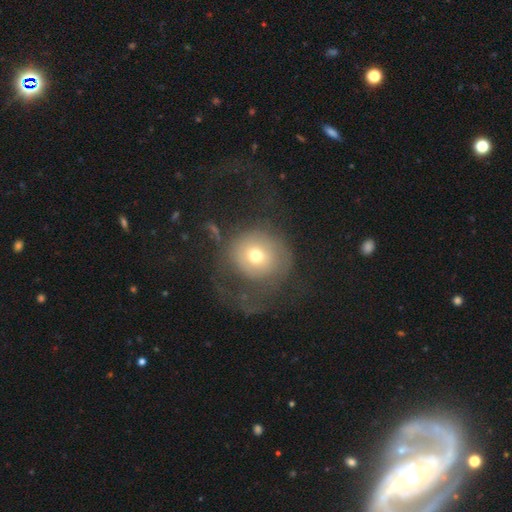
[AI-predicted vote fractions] smooth_or_featured: smooth (p=0.59) [alt: featured or disk p=0.30]
how_rounded: round (p=0.90) [alt: in between p=0.09]
merging: major disturbance (p=0.46) [alt: none p=0.36]